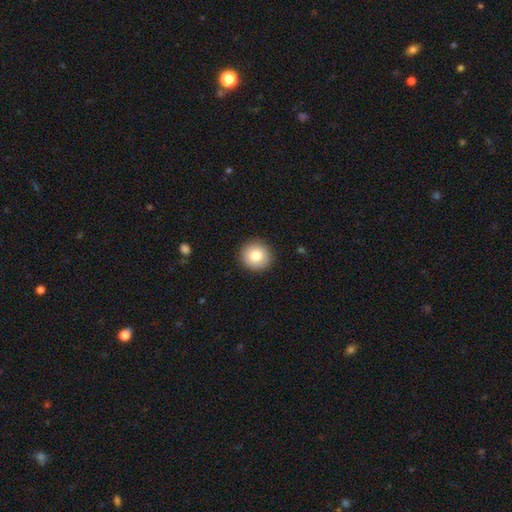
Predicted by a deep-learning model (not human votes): Smooth or featured?
  - smooth: 80% *
  - featured or disk: 11%
  - star or artifact: 9%
How rounded?
  - round: 93% *
  - in between: 6%
  - cigar-shaped: 1%
Merging?
  - none: 91% *
  - minor disturbance: 6%
  - major disturbance: 2%
  - merger: 1%